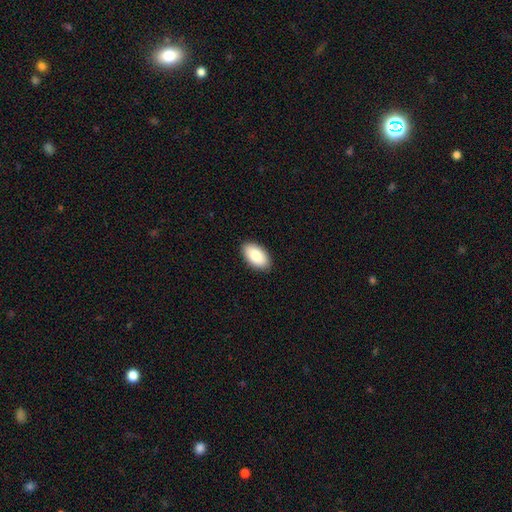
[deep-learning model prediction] Smooth or featured: smooth — 86% (featured or disk — 8%)
How rounded: in between — 96% (round — 3%)
Merging: none — 90% (minor disturbance — 8%)